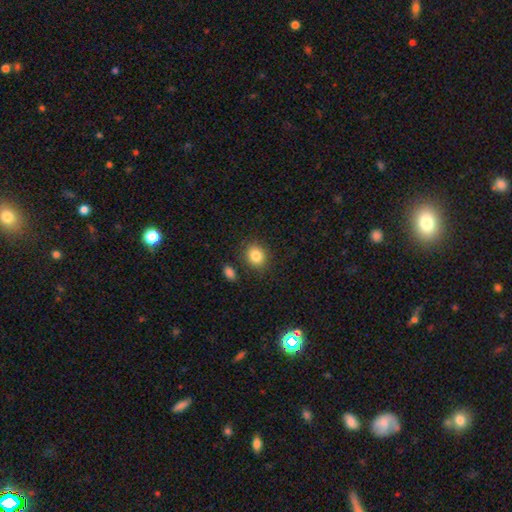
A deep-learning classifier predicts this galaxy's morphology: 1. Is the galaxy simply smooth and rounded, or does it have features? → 85% smooth, 10% star or artifact, 6% featured or disk.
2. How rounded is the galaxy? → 67% round, 32% in between, 1% cigar-shaped.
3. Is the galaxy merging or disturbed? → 83% none, 10% minor disturbance, 4% merger, 3% major disturbance.